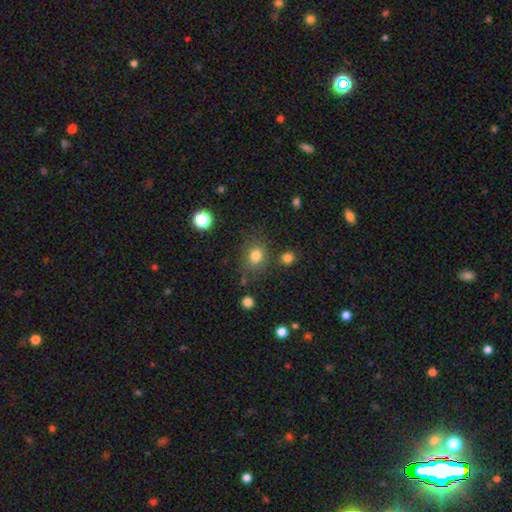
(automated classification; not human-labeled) smooth-or-featured: smooth: 79% | star or artifact: 13% | featured or disk: 8%
  how-rounded: round: 60% | in between: 39% | cigar-shaped: 1%
  merging: none: 75% | minor disturbance: 14% | merger: 6% | major disturbance: 5%